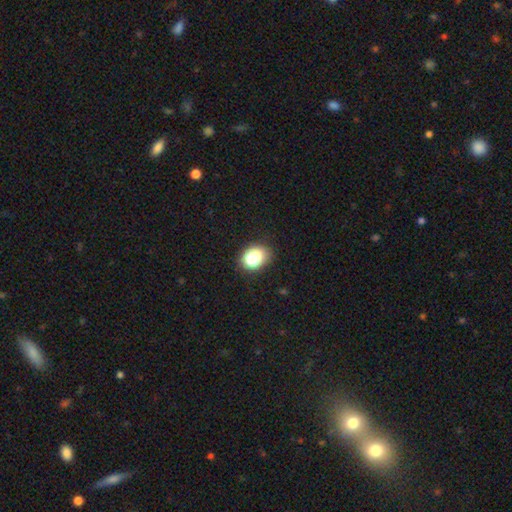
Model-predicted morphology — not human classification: The model was most divided on "how rounded": in between: 63%, round: 36%, cigar-shaped: 1%. More confident: smooth or featured — smooth (75%); merging — none (63%).